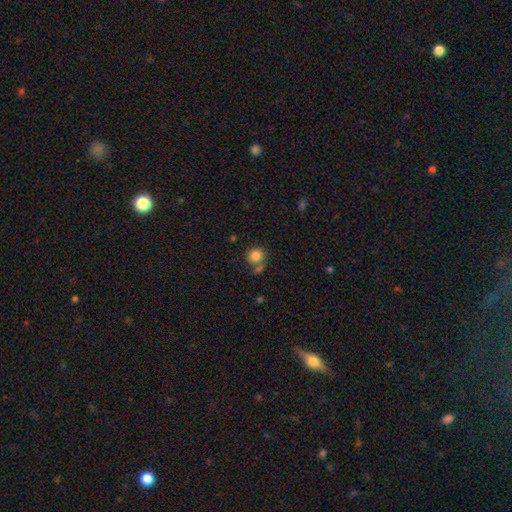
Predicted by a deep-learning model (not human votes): Smooth or featured? Predicted: smooth (p=0.83). How rounded? Predicted: round (p=0.85). Merging? Predicted: none (p=0.59).